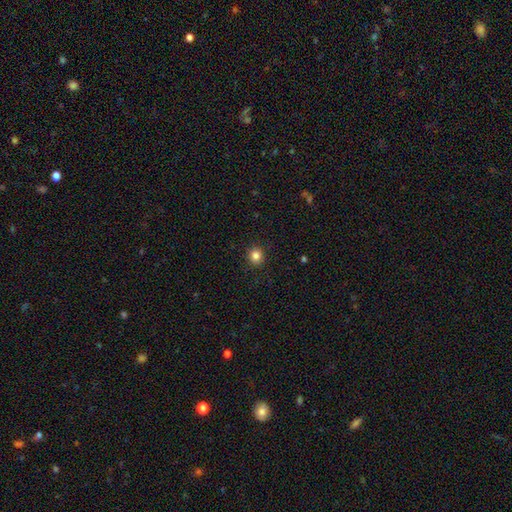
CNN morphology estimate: This appears to be a smooth galaxy with no disk features (84%) that is round (91%). Merging: none (92%).